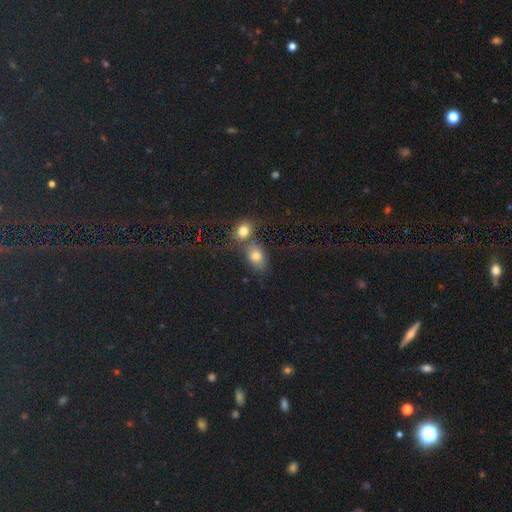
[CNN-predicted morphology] type=smooth (75%); roundness=in between (73%); merging=merger (45%).